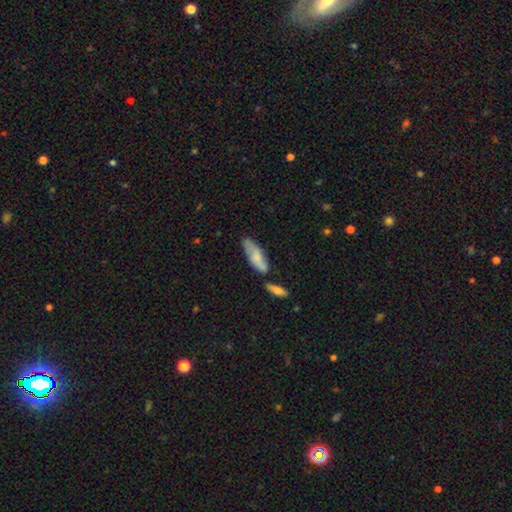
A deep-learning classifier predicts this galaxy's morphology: Smooth or featured? Predicted: smooth (p=0.69). How rounded? Predicted: in between (p=0.66). Merging? Predicted: none (p=0.54).